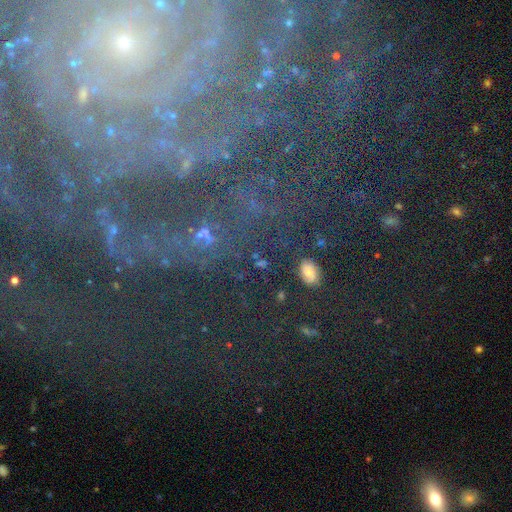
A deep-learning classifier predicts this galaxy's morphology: A featured or disk galaxy (67%) with no bar (62%), tight (74%) spiral arms (91%) and a small central bulge (79%).

Vote fractions:
- Smooth or featured? featured or disk: 67% / star or artifact: 22% / smooth: 11%
- Edge-on disk? no: 95% / yes: 5%
- Bar? no: 62% / weak: 22% / strong: 16%
- Spiral arms? yes: 91% / no: 9%
- Spiral winding? tight: 74% / medium: 19% / loose: 7%
- Spiral arm count? can't tell: 25% / 2: 17% / more than 4: 17% / 3: 15% / 4: 14% / 1: 11%
- Bulge size? small: 79% / moderate: 12% / none: 5% / large: 3% / dominant: 2%
- Merging? none: 72% / minor disturbance: 14% / major disturbance: 10% / merger: 3%